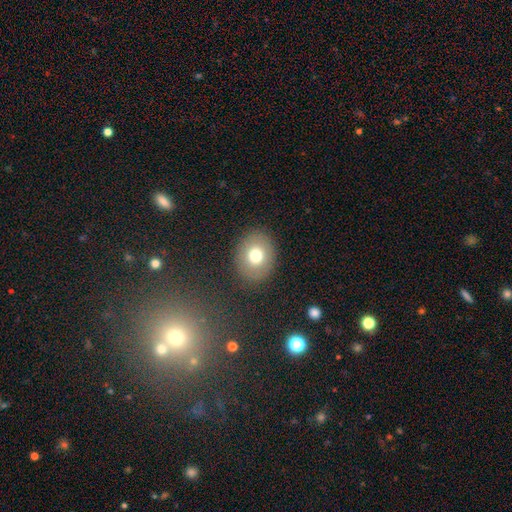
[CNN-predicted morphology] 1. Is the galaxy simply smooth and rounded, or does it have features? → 73% smooth, 17% featured or disk, 10% star or artifact.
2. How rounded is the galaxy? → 56% round, 43% in between, 1% cigar-shaped.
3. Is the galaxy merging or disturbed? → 88% none, 8% minor disturbance, 3% major disturbance, 1% merger.